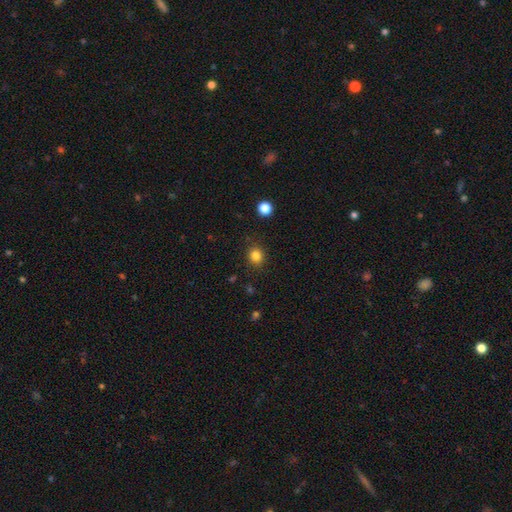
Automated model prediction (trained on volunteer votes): smooth-or-featured: smooth: 83% | star or artifact: 12% | featured or disk: 5%
  how-rounded: round: 80% | in between: 19% | cigar-shaped: 1%
  merging: none: 88% | minor disturbance: 8% | major disturbance: 3% | merger: 1%